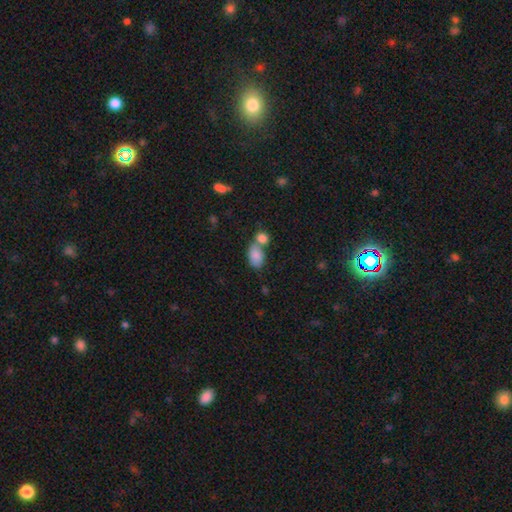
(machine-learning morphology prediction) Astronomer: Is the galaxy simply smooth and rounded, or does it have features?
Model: smooth — 83%.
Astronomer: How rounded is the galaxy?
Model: in between — 87%.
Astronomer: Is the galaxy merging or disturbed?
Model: merger — 48% (runner-up: none, 35%).